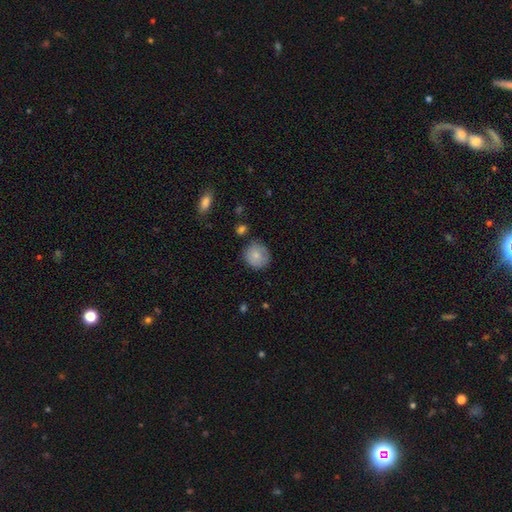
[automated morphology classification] Smooth or featured? Predicted: smooth (p=0.81). How rounded? Predicted: round (p=0.86). Merging? Predicted: none (p=0.76).